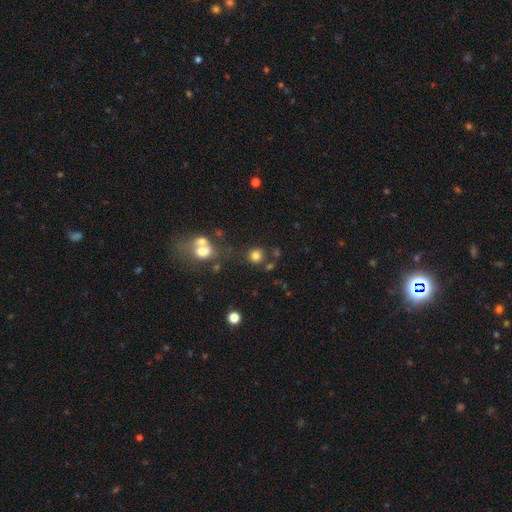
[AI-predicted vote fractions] smooth-or-featured: smooth: 79% | star or artifact: 15% | featured or disk: 7%
  how-rounded: round: 88% | in between: 11% | cigar-shaped: 1%
  merging: none: 74% | merger: 12% | minor disturbance: 10% | major disturbance: 4%